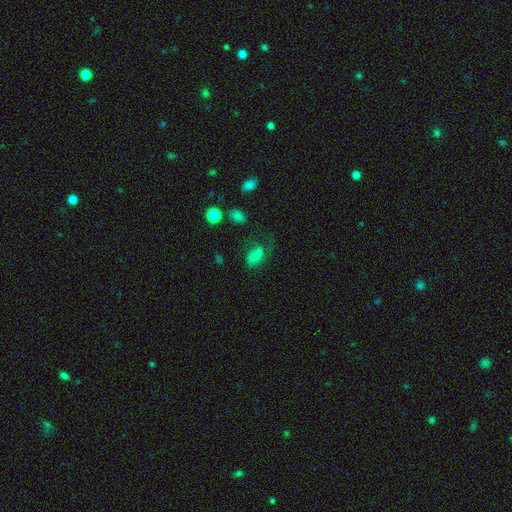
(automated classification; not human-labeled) Smooth or featured? smooth (68%)
How rounded? in between (83%)
Merging? none (42%)